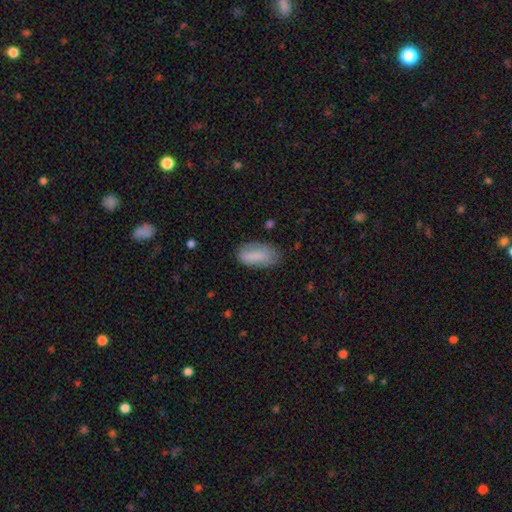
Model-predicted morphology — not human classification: This is clearly a smooth galaxy (82%). How rounded: clearly in between (90%). Merging: likely none (70%).